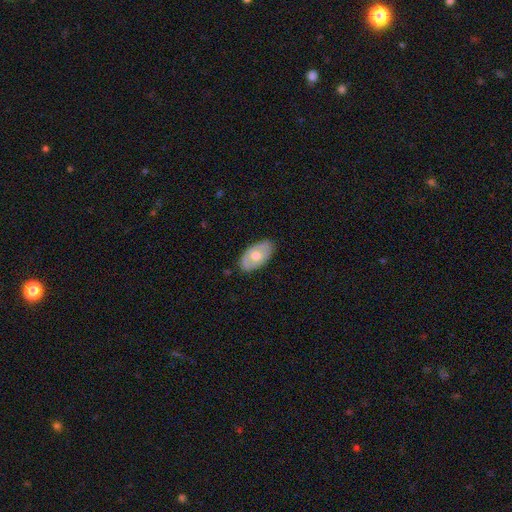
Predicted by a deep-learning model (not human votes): A smooth galaxy with no disk features (55%) that is in between round and cigar-shaped (93%). Merging: none (82%).